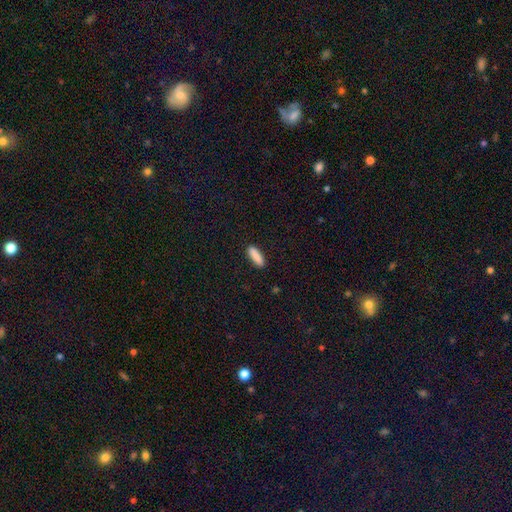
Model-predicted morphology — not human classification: Overall: smooth (88%). How rounded: cigar-shaped (59%; in between 39%). Merging: none (89%).